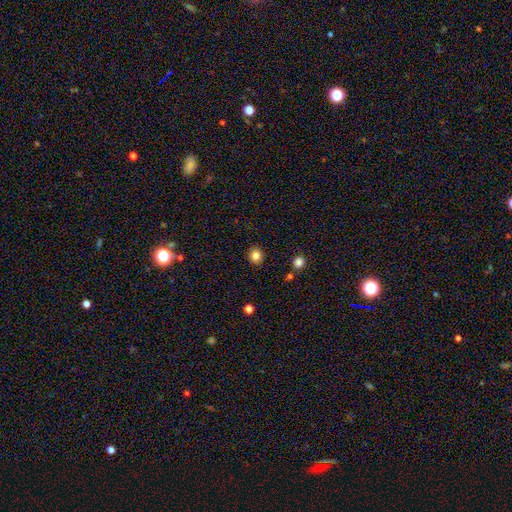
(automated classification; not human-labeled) smooth_or_featured: smooth (p=0.83) [alt: star or artifact p=0.11]
how_rounded: round (p=0.73) [alt: in between p=0.26]
merging: none (p=0.89) [alt: minor disturbance p=0.07]